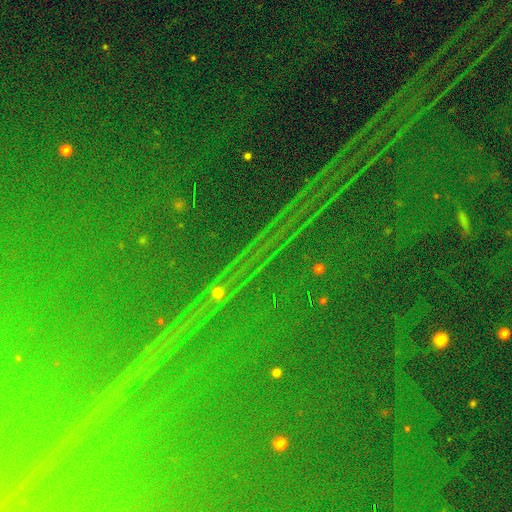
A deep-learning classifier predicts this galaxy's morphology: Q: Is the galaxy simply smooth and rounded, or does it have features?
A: star or artifact — 88%.